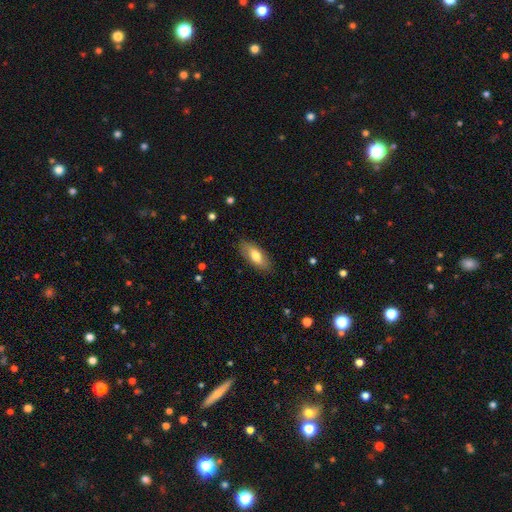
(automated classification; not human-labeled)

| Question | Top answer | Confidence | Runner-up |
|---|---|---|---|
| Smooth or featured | smooth | 73% | featured or disk (20%) |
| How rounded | in between | 80% | cigar-shaped (17%) |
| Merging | none | 84% | minor disturbance (12%) |